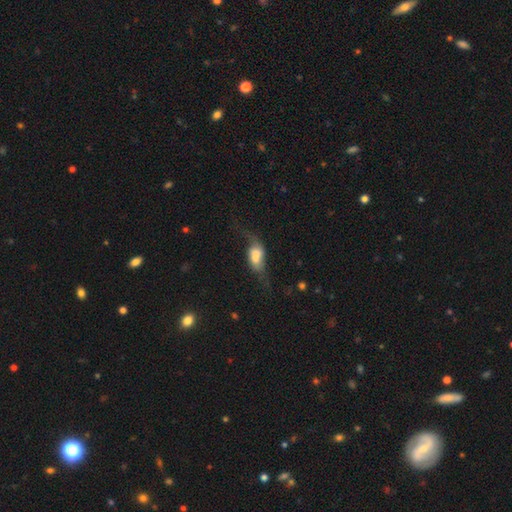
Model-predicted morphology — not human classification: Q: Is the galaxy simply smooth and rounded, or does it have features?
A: smooth — 48%.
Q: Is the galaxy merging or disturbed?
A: none — 31%.